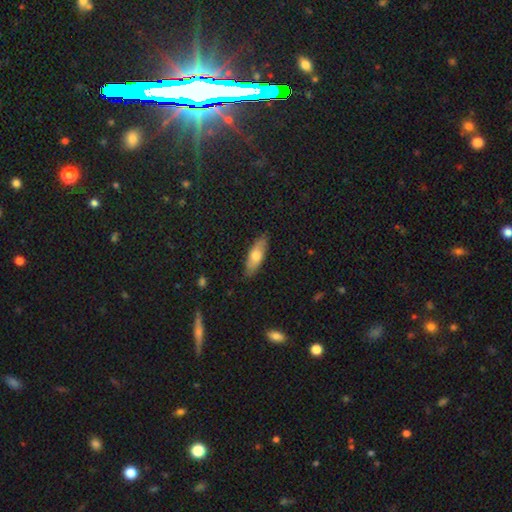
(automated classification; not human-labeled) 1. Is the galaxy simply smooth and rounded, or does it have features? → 66% smooth, 28% featured or disk, 6% star or artifact.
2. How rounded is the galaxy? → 65% in between, 33% cigar-shaped, 2% round.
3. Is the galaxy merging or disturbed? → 83% none, 13% minor disturbance, 2% major disturbance, 1% merger.